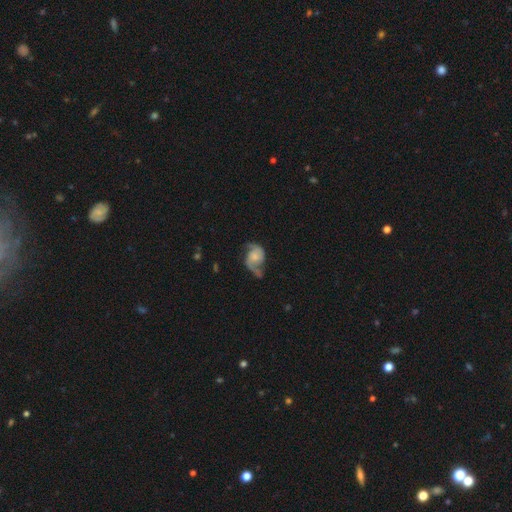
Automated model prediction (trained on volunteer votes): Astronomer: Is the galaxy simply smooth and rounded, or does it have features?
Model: featured or disk — 80%.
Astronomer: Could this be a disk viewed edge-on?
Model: no — 98%.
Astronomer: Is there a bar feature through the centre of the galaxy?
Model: no — 66%.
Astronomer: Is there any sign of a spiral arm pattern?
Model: yes — 94%.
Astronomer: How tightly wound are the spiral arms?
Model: loose — 50% (runner-up: medium, 38%).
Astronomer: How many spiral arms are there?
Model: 2 — 87%.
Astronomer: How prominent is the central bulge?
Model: small — 46% (runner-up: moderate, 27%).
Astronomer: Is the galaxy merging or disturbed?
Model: none — 55%.